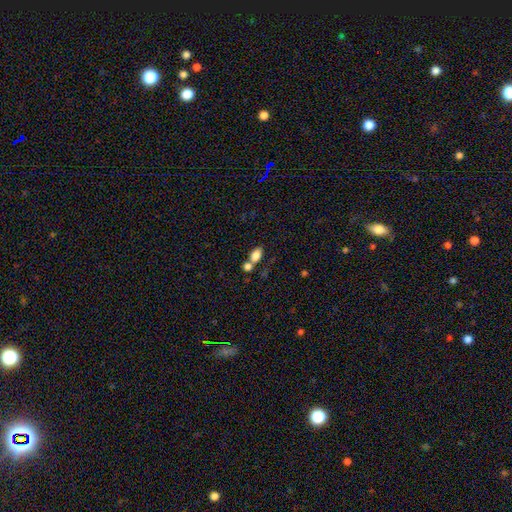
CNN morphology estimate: The model was most divided on "merging": none: 45%, merger: 40%, minor disturbance: 10%, major disturbance: 5%. More confident: how rounded — in between (85%); smooth or featured — smooth (82%).